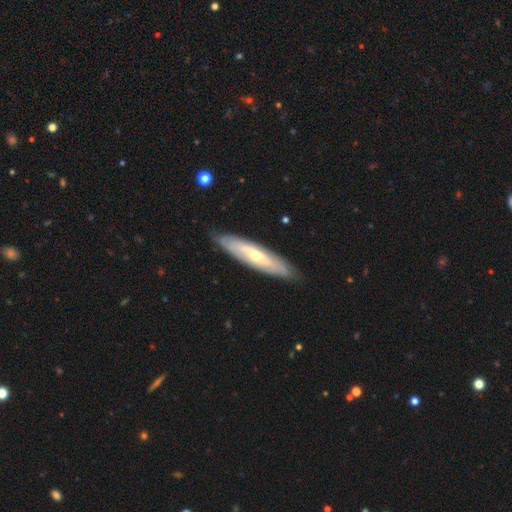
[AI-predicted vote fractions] smooth_or_featured: featured or disk (p=0.65) [alt: smooth p=0.30]
disk_edge_on: no (p=0.54) [alt: yes p=0.46]
merging: none (p=0.84) [alt: minor disturbance p=0.12]